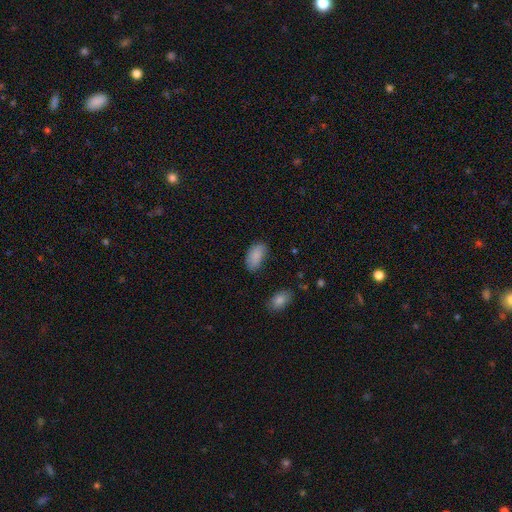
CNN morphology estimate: smooth_or_featured: smooth (p=0.88) [alt: star or artifact p=0.07]
how_rounded: in between (p=0.95) [alt: round p=0.03]
merging: none (p=0.74) [alt: minor disturbance p=0.19]